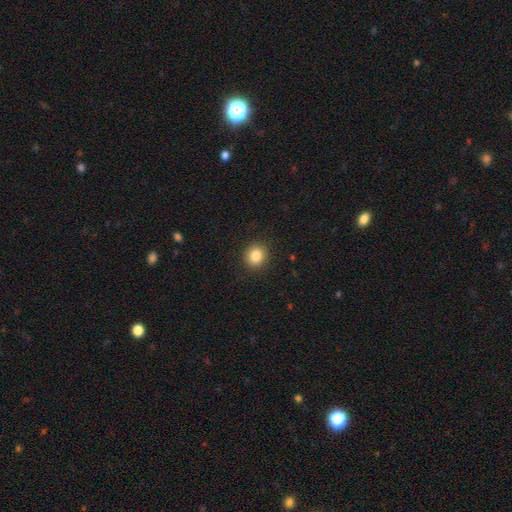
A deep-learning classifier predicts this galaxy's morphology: type=smooth (85%); roundness=round (80%); merging=none (90%).